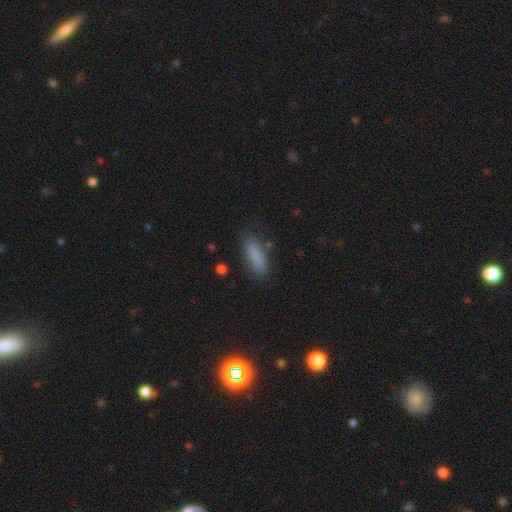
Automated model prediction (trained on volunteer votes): smooth-or-featured: smooth: 84% | star or artifact: 8% | featured or disk: 8%
  how-rounded: in between: 56% | cigar-shaped: 42% | round: 2%
  merging: none: 77% | minor disturbance: 16% | major disturbance: 4% | merger: 2%